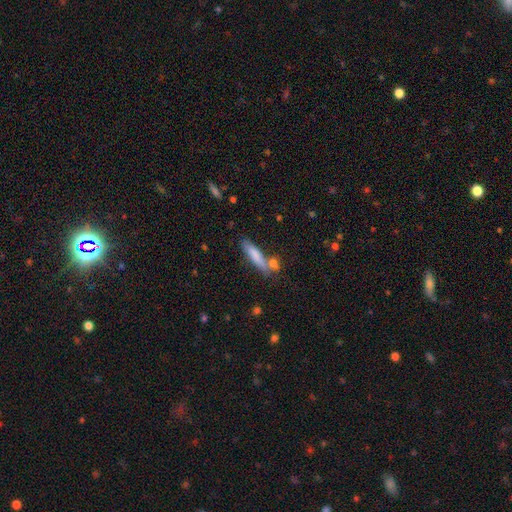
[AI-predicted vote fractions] Morphology: type=smooth (77%); roundness=cigar-shaped (80%); merging=none (66%).